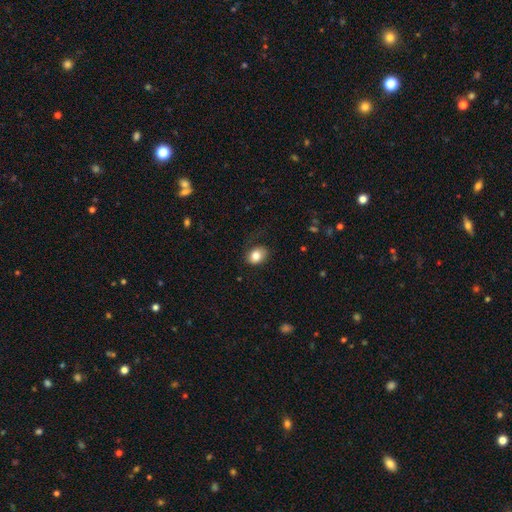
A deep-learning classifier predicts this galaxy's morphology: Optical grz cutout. It shows a smooth galaxy with no disk features (83%) that is in between round and cigar-shaped (65%). Merging: none (70%).